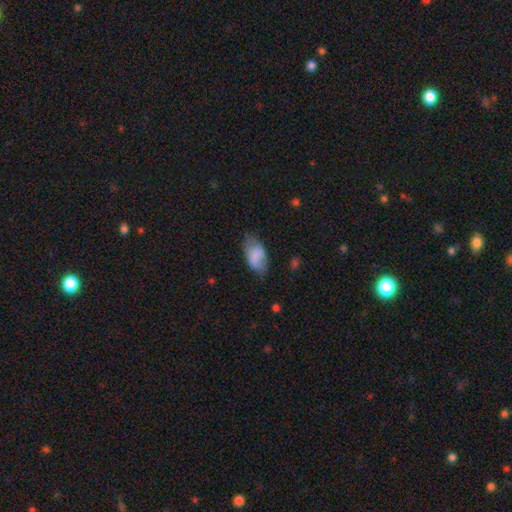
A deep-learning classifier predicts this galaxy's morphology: The model was most divided on "merging": none: 65%, minor disturbance: 26%, major disturbance: 8%, merger: 1%. More confident: how rounded — in between (93%); smooth or featured — smooth (77%).